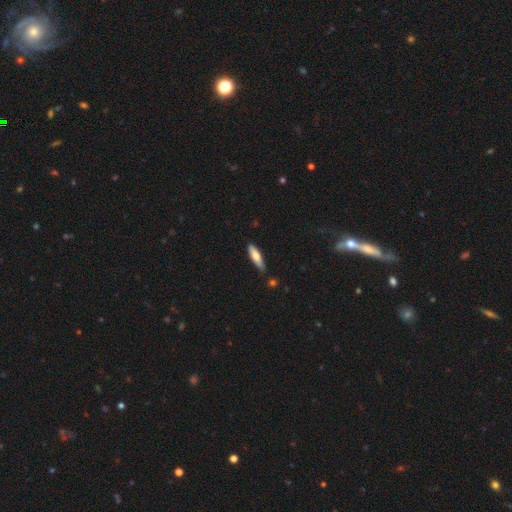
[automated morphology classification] A smooth galaxy with no disk features (74%) that is cigar-shaped (66%).

Vote fractions:
- Smooth or featured? smooth: 74% / featured or disk: 21% / star or artifact: 6%
- How rounded? cigar-shaped: 66% / in between: 33% / round: 2%
- Merging? none: 78% / minor disturbance: 17% / merger: 3% / major disturbance: 2%